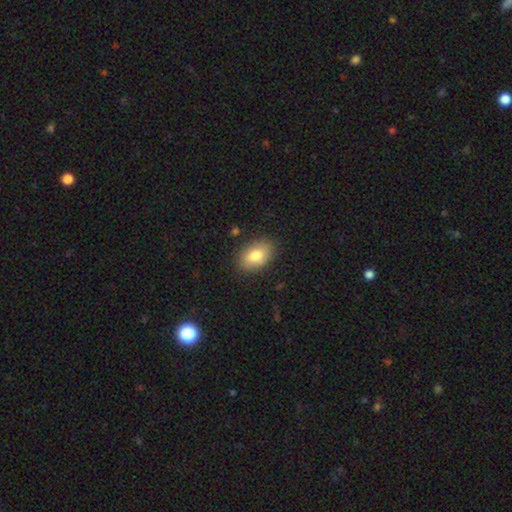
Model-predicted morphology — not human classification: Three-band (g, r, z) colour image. It shows a smooth galaxy with no disk features (81%) that is in between round and cigar-shaped (88%). Merging: none (85%).